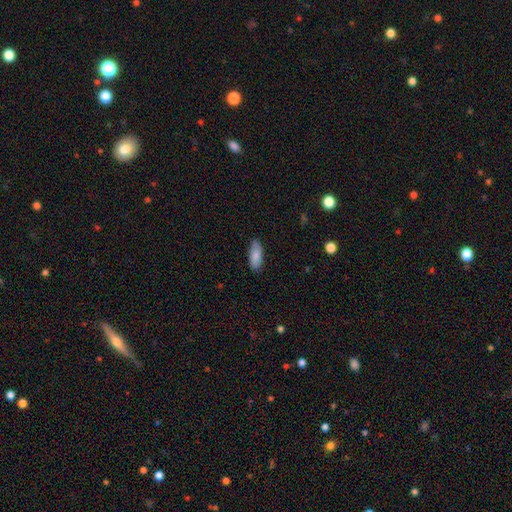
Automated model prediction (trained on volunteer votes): Smooth or featured? Predicted: smooth (p=0.81). How rounded? Predicted: in between (p=0.81). Merging? Predicted: none (p=0.84).